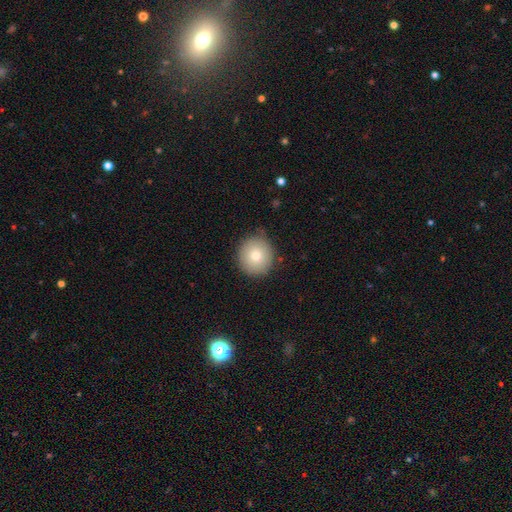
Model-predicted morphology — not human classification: Smooth or featured? smooth (79%)
How rounded? round (91%)
Merging? none (83%)